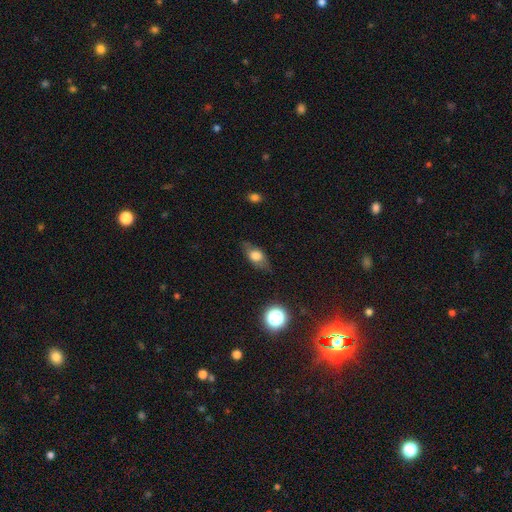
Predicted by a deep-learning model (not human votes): Smooth or featured? smooth (60%)
How rounded? in between (74%)
Merging? none (75%)